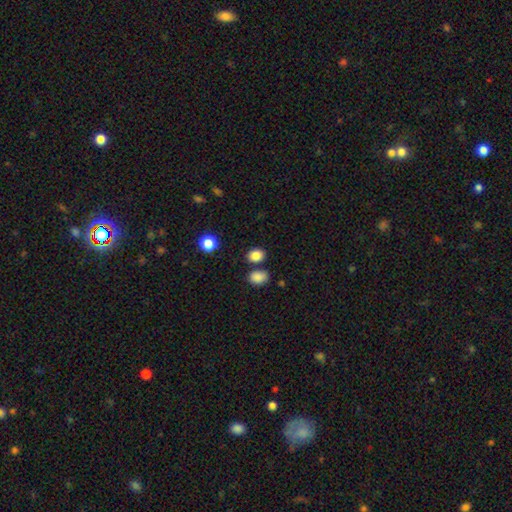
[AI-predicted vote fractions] A smooth galaxy with no disk features (85%) that is in between round and cigar-shaped (53%). Merging: none (74%).